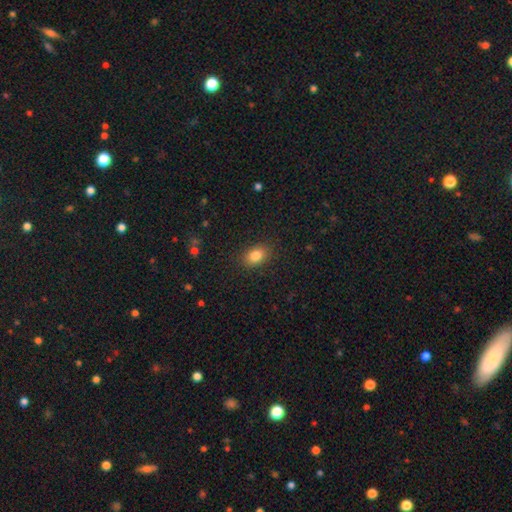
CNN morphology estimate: This is clearly a smooth galaxy (84%). How rounded: likely in between (79%). Merging: clearly none (87%).